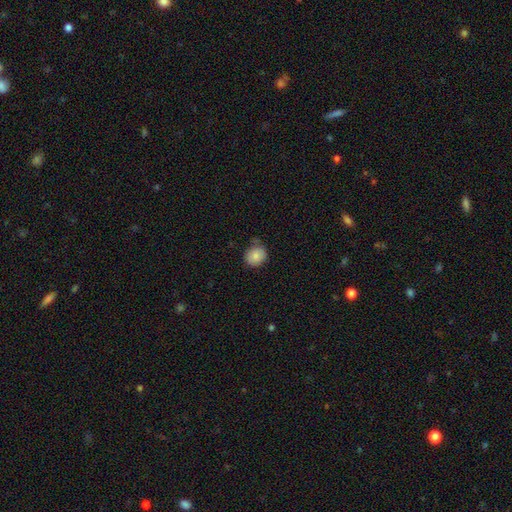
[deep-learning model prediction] A smooth galaxy with no disk features (85%) that is round (77%). Merging: none (71%).